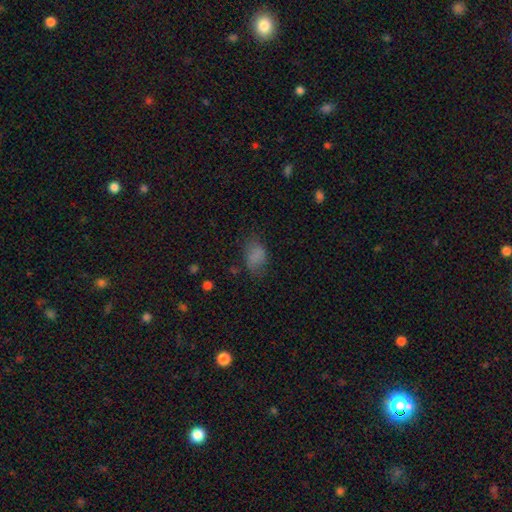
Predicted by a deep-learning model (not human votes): The model was most divided on "merging": none: 60%, minor disturbance: 26%, major disturbance: 12%, merger: 2%. More confident: how rounded — in between (85%); smooth or featured — smooth (78%).